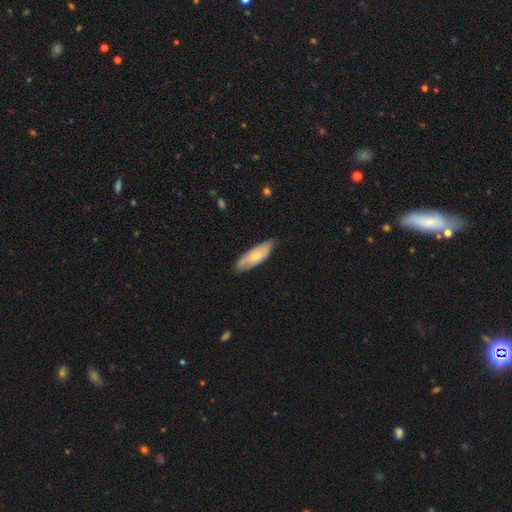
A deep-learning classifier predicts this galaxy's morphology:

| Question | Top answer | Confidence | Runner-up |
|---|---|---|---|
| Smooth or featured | smooth | 61% | featured or disk (34%) |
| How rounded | in between | 66% | cigar-shaped (32%) |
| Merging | none | 71% | minor disturbance (24%) |